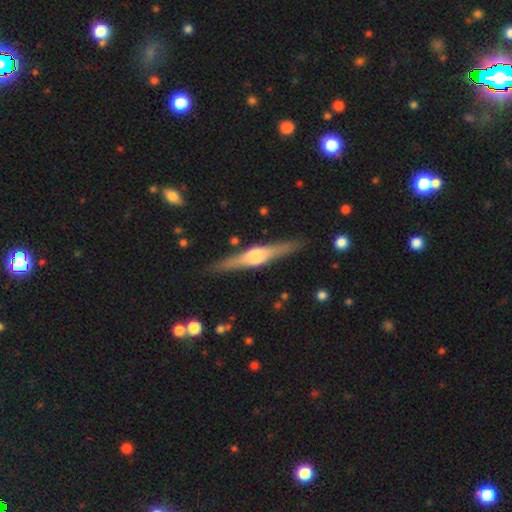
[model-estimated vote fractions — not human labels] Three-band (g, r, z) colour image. It shows a featured or disk galaxy (74%) viewed edge-on (97%) with a rounded central bulge (86%). Merging: none (87%).